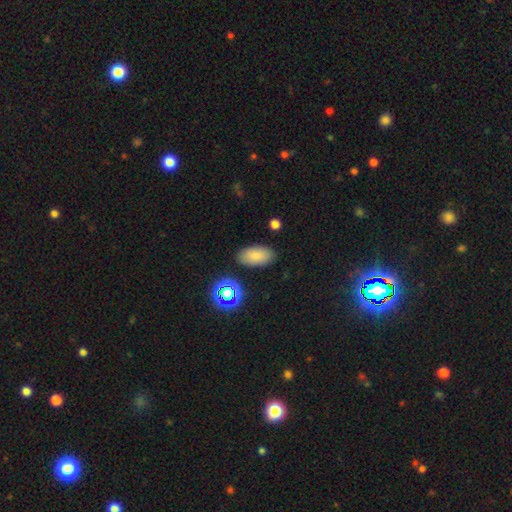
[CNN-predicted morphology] smooth 79%, star or artifact 11%, featured or disk 10%. Down the decision tree: how rounded — in between (93%); merging — none (85%).